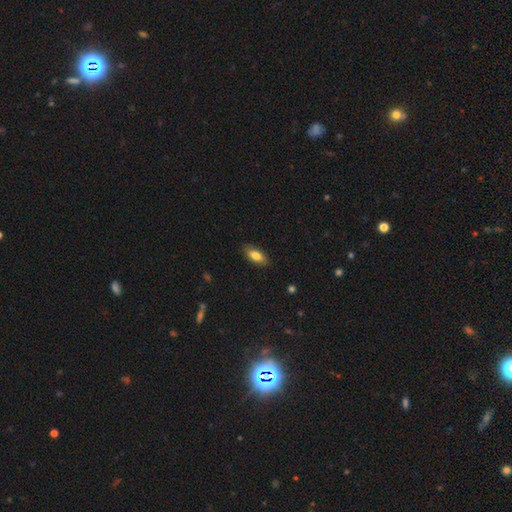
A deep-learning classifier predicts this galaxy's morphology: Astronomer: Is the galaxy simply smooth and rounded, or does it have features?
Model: smooth — 80%.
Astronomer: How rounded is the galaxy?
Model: in between — 86%.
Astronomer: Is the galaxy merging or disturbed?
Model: none — 86%.